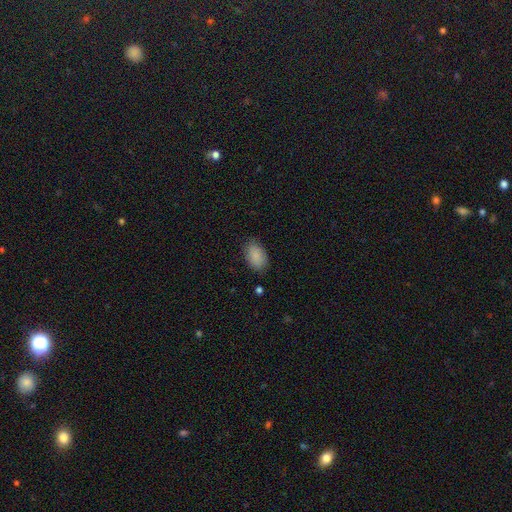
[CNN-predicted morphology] The model was most divided on "merging": none: 81%, minor disturbance: 15%, major disturbance: 3%, merger: 1%. More confident: how rounded — in between (91%); smooth or featured — smooth (89%).